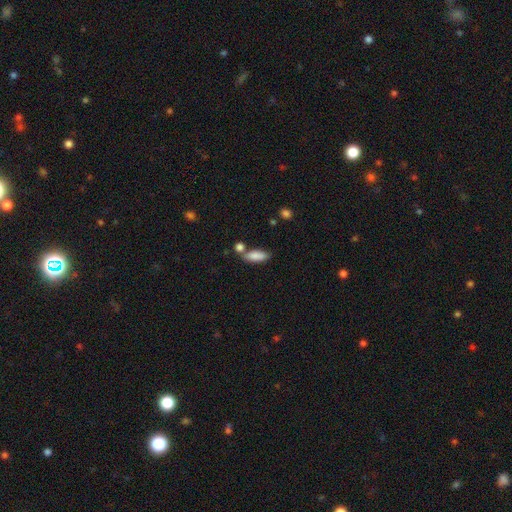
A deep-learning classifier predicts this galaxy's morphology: A smooth galaxy with no disk features (85%) that is in between round and cigar-shaped (67%). Merging: none (62%).